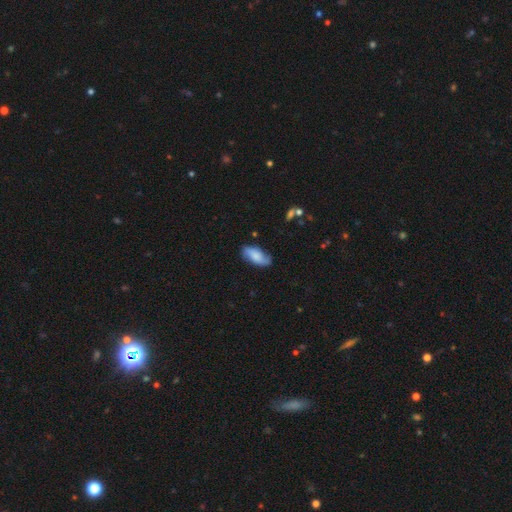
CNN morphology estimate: smooth-or-featured: smooth: 65% | featured or disk: 28% | star or artifact: 7%
  how-rounded: in between: 86% | cigar-shaped: 12% | round: 2%
  merging: none: 77% | minor disturbance: 18% | major disturbance: 4% | merger: 2%